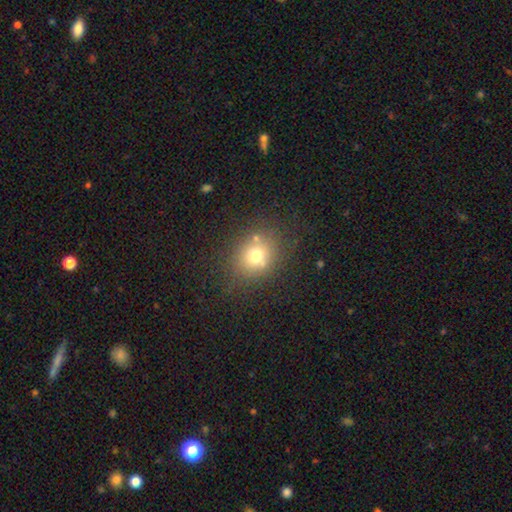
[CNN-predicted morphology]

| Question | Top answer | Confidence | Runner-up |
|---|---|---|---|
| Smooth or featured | smooth | 71% | star or artifact (16%) |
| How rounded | round | 66% | in between (33%) |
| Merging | none | 74% | minor disturbance (13%) |